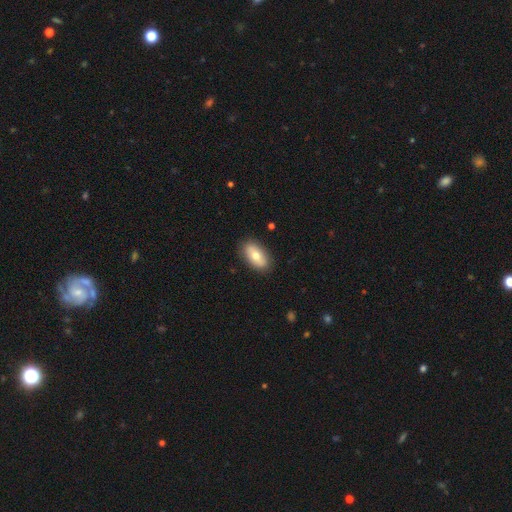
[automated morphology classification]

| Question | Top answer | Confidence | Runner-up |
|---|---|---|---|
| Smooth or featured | smooth | 72% | featured or disk (22%) |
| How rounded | in between | 91% | cigar-shaped (5%) |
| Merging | none | 87% | minor disturbance (10%) |